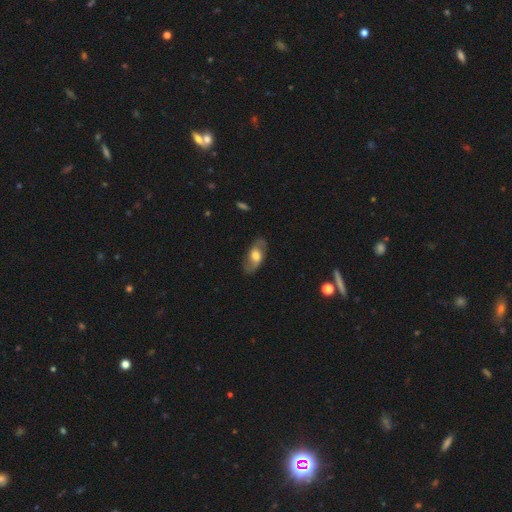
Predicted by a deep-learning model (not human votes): Q: Smooth or featured?
A: featured or disk (59%); runner-up: smooth (35%)
Q: Edge-on disk?
A: no (87%); runner-up: yes (13%)
Q: Bar?
A: no (56%); runner-up: weak (34%)
Q: Spiral arms?
A: yes (75%); runner-up: no (25%)
Q: Bulge size?
A: moderate (54%); runner-up: large (33%)
Q: Merging?
A: none (80%); runner-up: minor disturbance (14%)